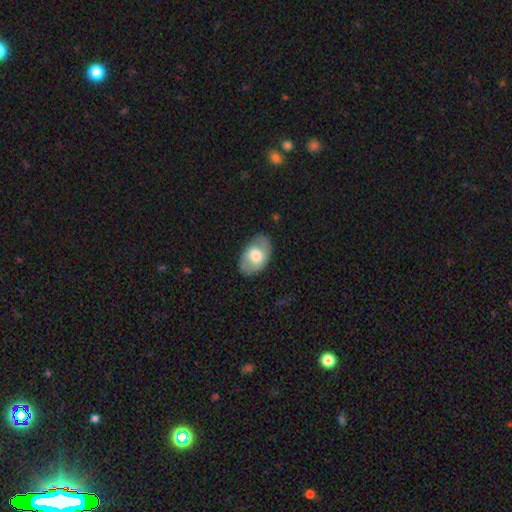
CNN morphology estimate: Smooth or featured? Predicted: smooth (p=0.59). How rounded? Predicted: in between (p=0.90). Merging? Predicted: none (p=0.79).